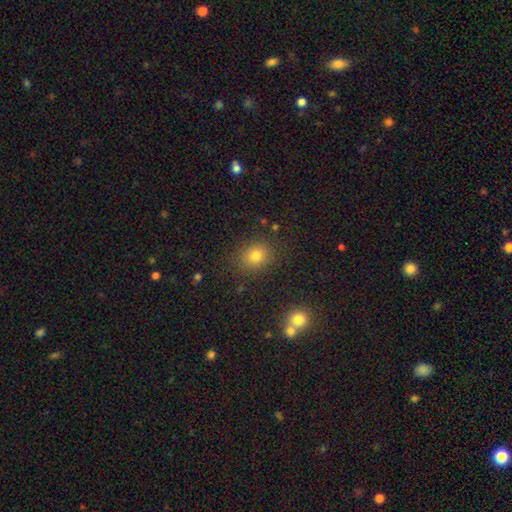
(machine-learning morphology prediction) smooth 78%, star or artifact 14%, featured or disk 8%. Down the decision tree: how rounded — round (61%); merging — none (84%).